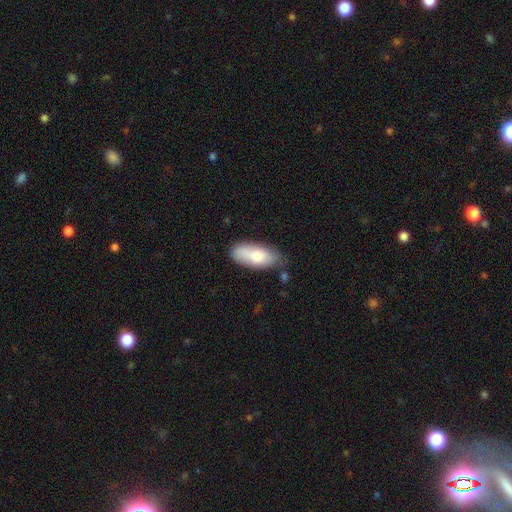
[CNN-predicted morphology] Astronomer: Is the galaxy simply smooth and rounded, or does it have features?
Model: smooth — 78%.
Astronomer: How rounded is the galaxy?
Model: in between — 85%.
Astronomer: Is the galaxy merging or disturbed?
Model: none — 67%.